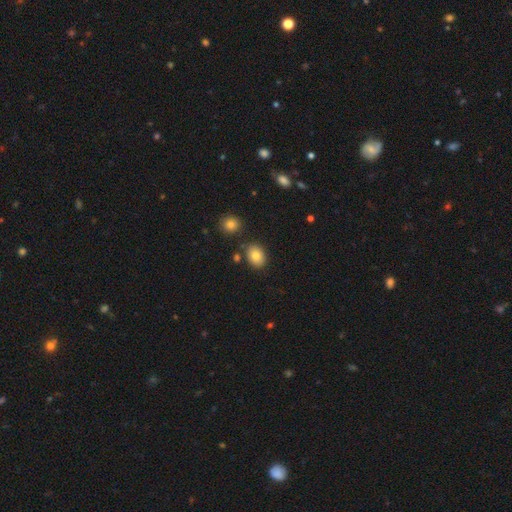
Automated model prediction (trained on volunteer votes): Smooth or featured: smooth — 82% (star or artifact — 9%)
How rounded: in between — 65% (round — 34%)
Merging: none — 81% (minor disturbance — 10%)